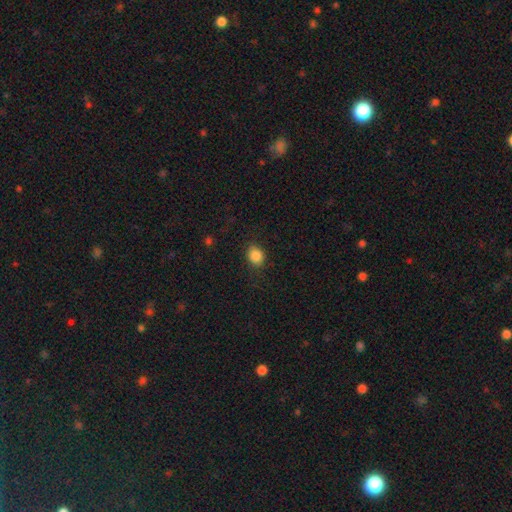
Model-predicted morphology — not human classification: type=smooth (86%); roundness=round (60%); merging=none (83%).